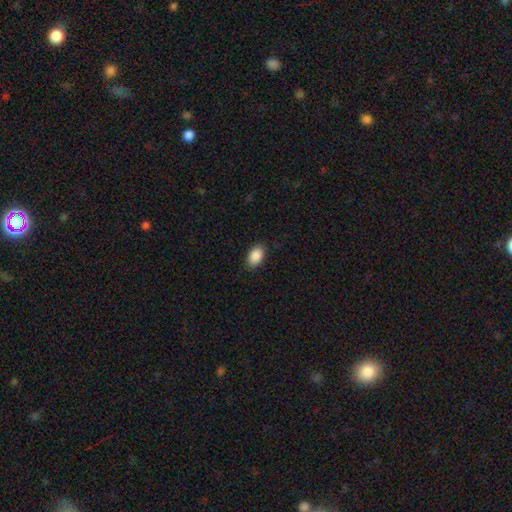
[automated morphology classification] A smooth galaxy with no disk features (89%) that is in between round and cigar-shaped (92%). Merging: none (88%).